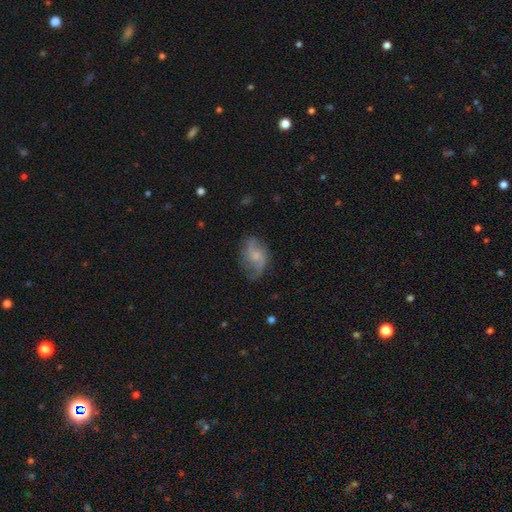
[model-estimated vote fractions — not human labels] The model was most divided on "bulge size": small: 53%, moderate: 32%, none: 11%, large: 3%, dominant: 1%. More confident: edge-on disk — no (96%); spiral arms — yes (86%); bar — no (67%); merging — none (63%); smooth or featured — featured or disk (59%).